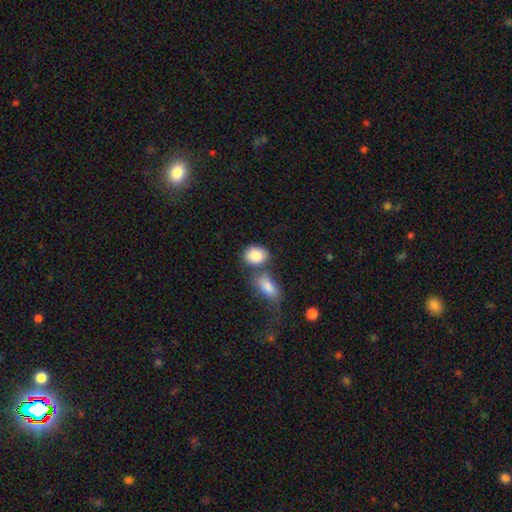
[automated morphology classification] This appears to be a smooth galaxy with no disk features (87%) that is in between round and cigar-shaped (65%). Merging: none (50%).